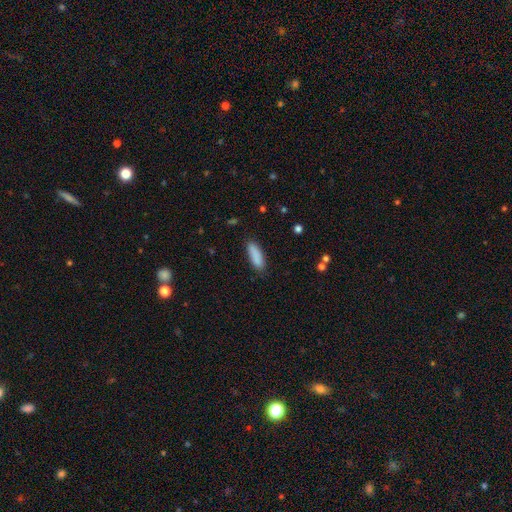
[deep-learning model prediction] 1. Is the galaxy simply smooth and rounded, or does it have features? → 88% smooth, 7% star or artifact, 5% featured or disk.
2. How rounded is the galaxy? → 51% in between, 47% cigar-shaped, 2% round.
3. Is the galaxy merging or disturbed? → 84% none, 12% minor disturbance, 2% major disturbance, 1% merger.